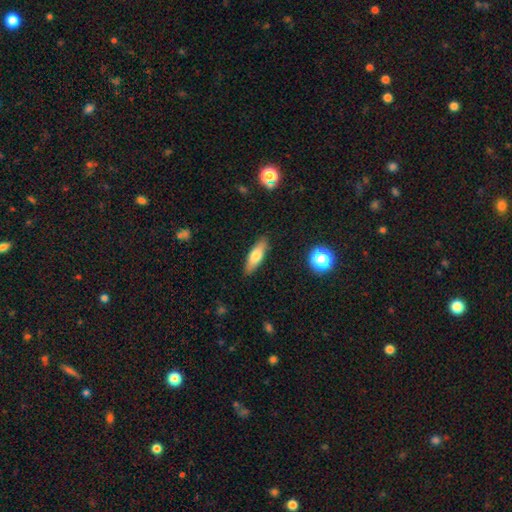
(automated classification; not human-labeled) A smooth galaxy with no disk features (68%) that is cigar-shaped (51%). Merging: none (88%).